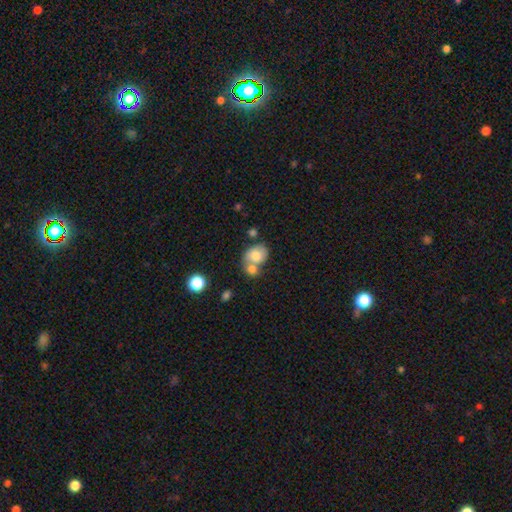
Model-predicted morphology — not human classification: Smooth or featured? Predicted: smooth (p=0.75). How rounded? Predicted: in between (p=0.54). Merging? Predicted: merger (p=0.50).